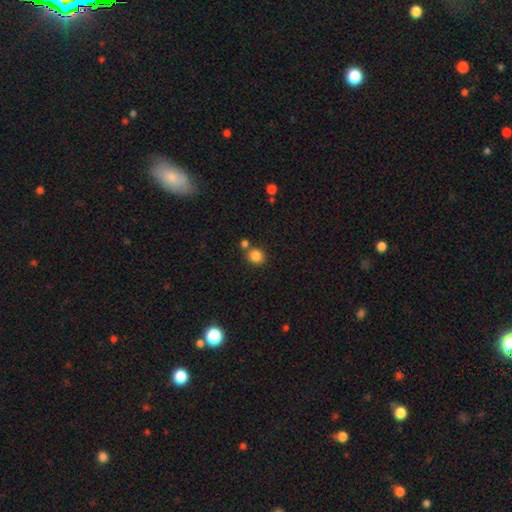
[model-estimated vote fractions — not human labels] This appears to be a smooth galaxy with no disk features (84%) that is round (73%). Merging: none (72%).